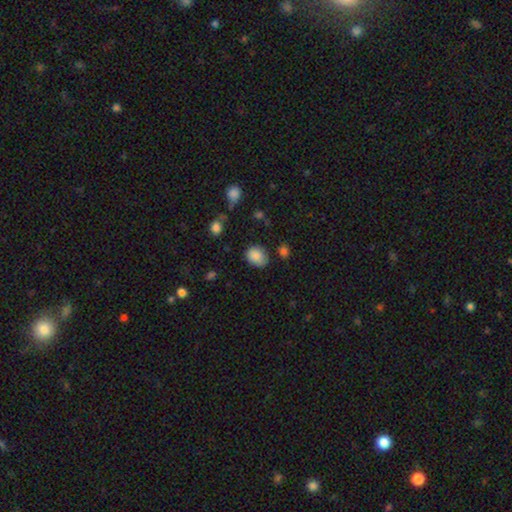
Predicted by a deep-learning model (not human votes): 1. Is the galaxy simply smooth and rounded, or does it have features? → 85% smooth, 9% star or artifact, 6% featured or disk.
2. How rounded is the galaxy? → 54% round, 45% in between, 1% cigar-shaped.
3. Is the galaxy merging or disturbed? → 67% none, 25% minor disturbance, 6% major disturbance, 3% merger.